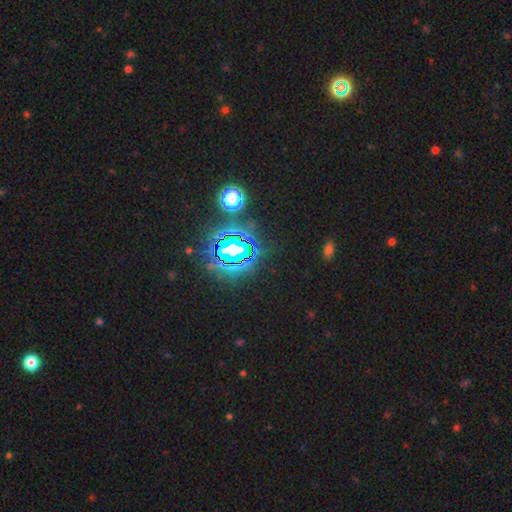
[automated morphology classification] type=star or artifact (79%).